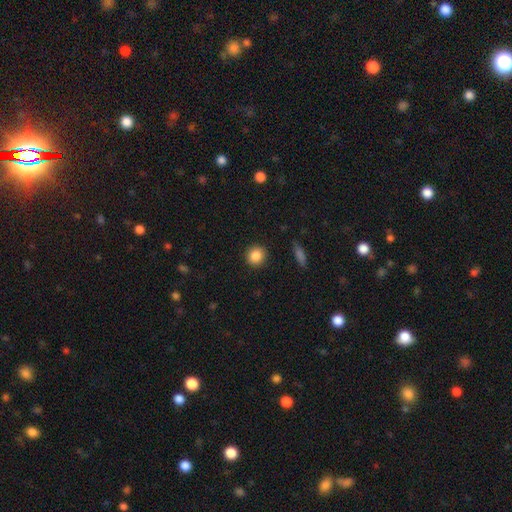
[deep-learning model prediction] smooth 86%, star or artifact 9%, featured or disk 5%. Down the decision tree: how rounded — round (90%); merging — none (91%).